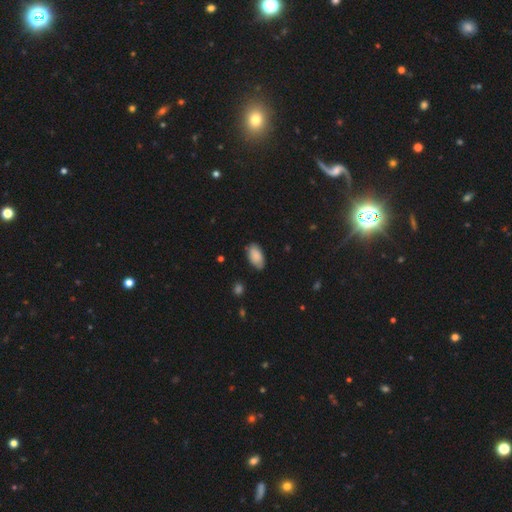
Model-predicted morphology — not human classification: This is clearly a smooth galaxy (86%). How rounded: clearly in between (95%). Merging: likely none (79%).